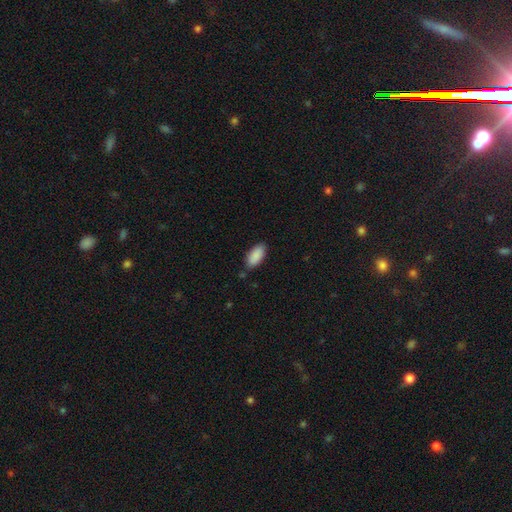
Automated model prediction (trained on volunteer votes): This appears to be a smooth galaxy with no disk features (90%) that is in between round and cigar-shaped (91%). Merging: none (83%).